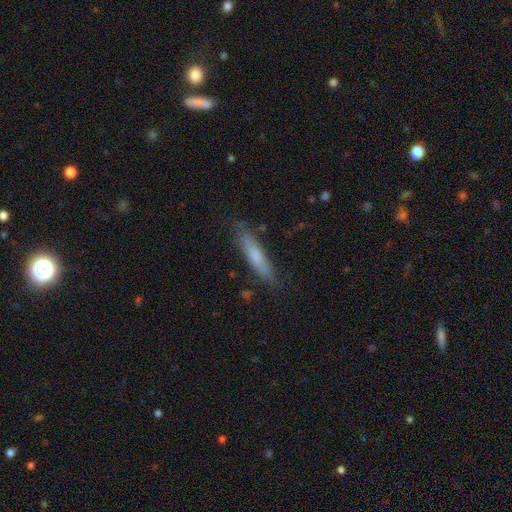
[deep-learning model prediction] A smooth galaxy with no disk features (68%) that is cigar-shaped (84%).

Vote fractions:
- Smooth or featured? smooth: 68% / featured or disk: 26% / star or artifact: 6%
- How rounded? cigar-shaped: 84% / in between: 14% / round: 1%
- Merging? none: 81% / minor disturbance: 14% / major disturbance: 3% / merger: 2%